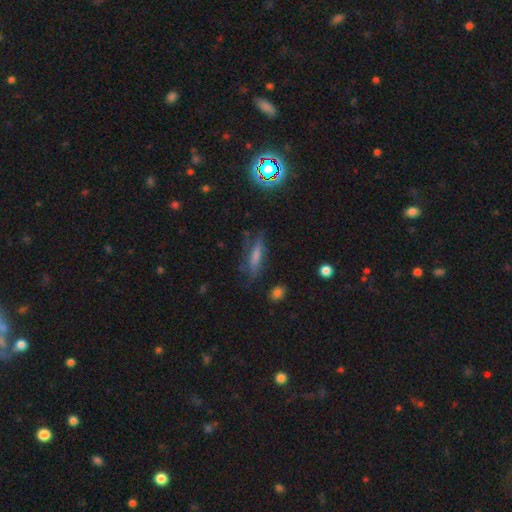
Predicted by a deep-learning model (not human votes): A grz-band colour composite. It shows a smooth galaxy with no disk features (43%). Merging: none (70%).